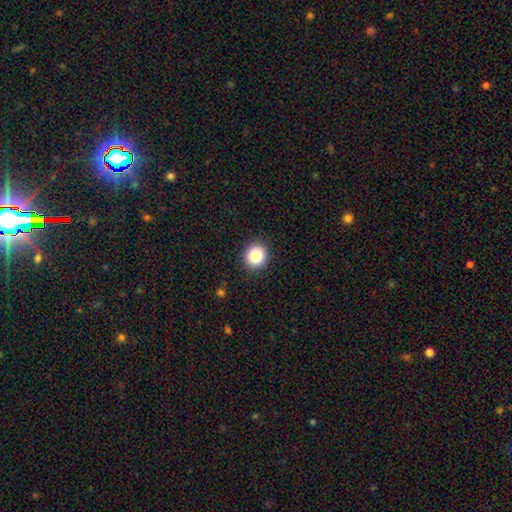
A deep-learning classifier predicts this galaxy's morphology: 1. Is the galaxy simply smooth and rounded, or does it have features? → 83% smooth, 10% star or artifact, 7% featured or disk.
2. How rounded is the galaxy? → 85% round, 14% in between, 1% cigar-shaped.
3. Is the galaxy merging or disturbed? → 91% none, 6% minor disturbance, 2% major disturbance, 1% merger.